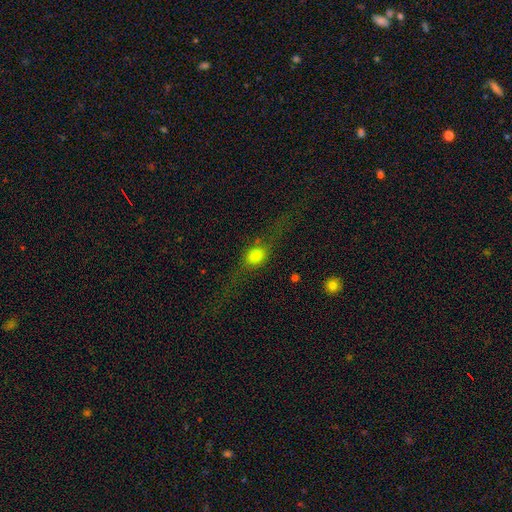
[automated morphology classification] Q: Smooth or featured?
A: smooth (54%); runner-up: featured or disk (34%)
Q: How rounded?
A: in between (43%); runner-up: round (41%)
Q: Merging?
A: none (54%); runner-up: major disturbance (24%)